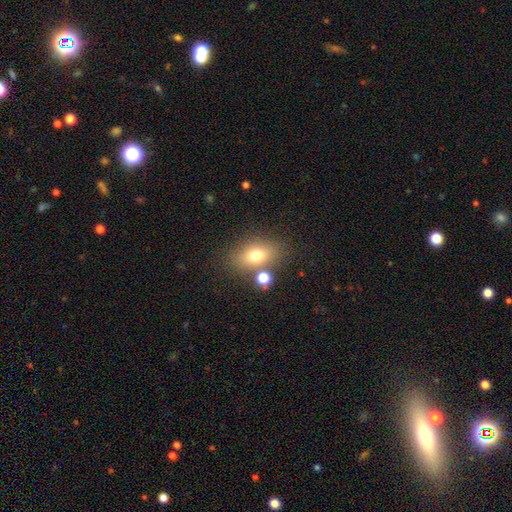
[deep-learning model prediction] A smooth galaxy with no disk features (72%) that is in between round and cigar-shaped (72%). Merging: none (70%).